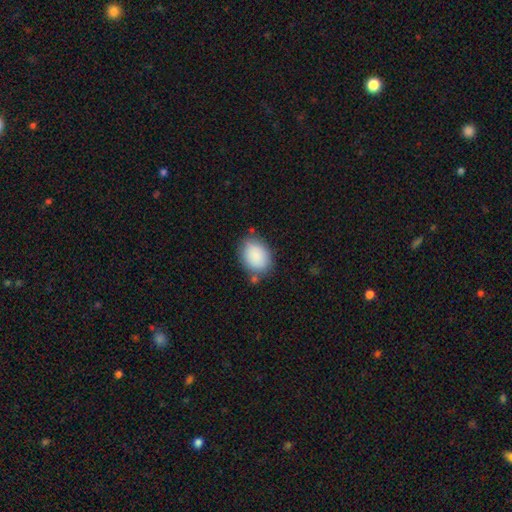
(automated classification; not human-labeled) A smooth galaxy with no disk features (88%) that is in between round and cigar-shaped (71%). Merging: none (71%).